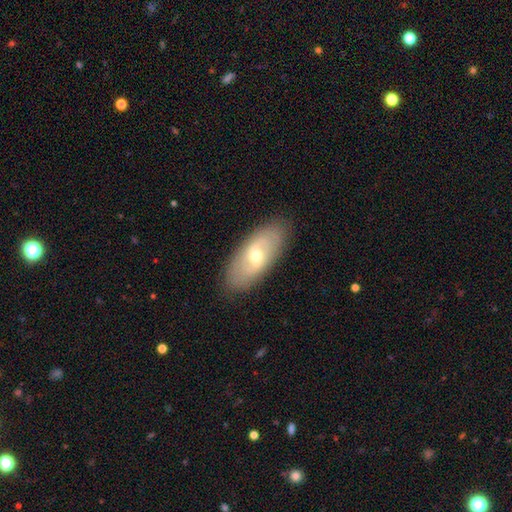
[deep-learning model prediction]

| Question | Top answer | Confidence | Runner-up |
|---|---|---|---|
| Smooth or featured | featured or disk | 57% | smooth (36%) |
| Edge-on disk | no | 86% | yes (14%) |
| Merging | none | 86% | minor disturbance (10%) |